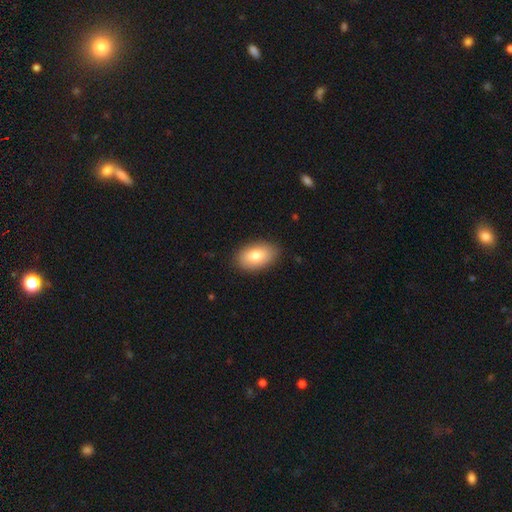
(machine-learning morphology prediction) smooth 81%, featured or disk 13%, star or artifact 6%. Down the decision tree: how rounded — in between (92%); merging — none (86%).